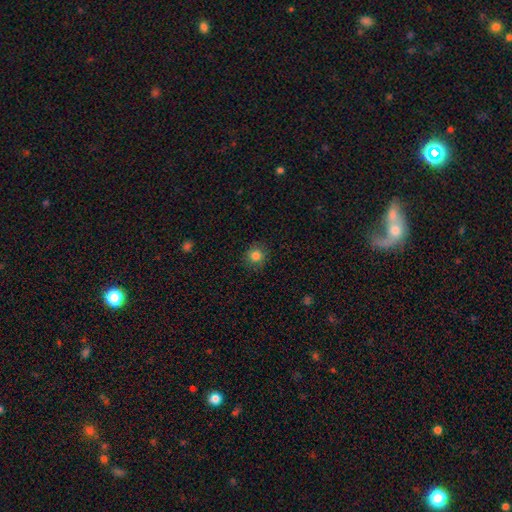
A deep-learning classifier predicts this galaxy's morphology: Q: Smooth or featured?
A: smooth (82%); runner-up: star or artifact (12%)
Q: How rounded?
A: round (90%); runner-up: in between (9%)
Q: Merging?
A: none (87%); runner-up: minor disturbance (9%)